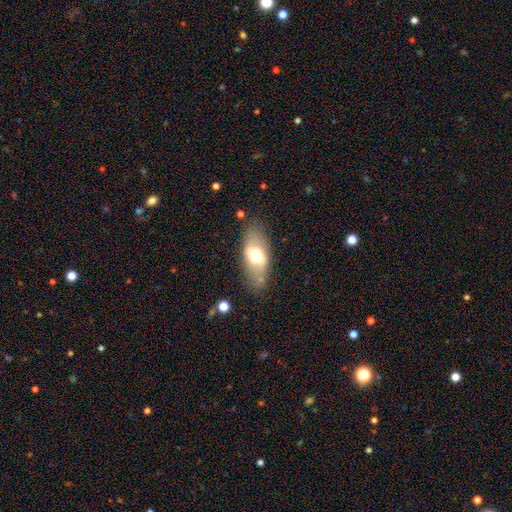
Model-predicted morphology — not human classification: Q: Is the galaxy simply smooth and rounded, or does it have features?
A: smooth — 56%.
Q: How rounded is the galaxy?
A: in between — 86%.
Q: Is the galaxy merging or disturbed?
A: none — 76%.